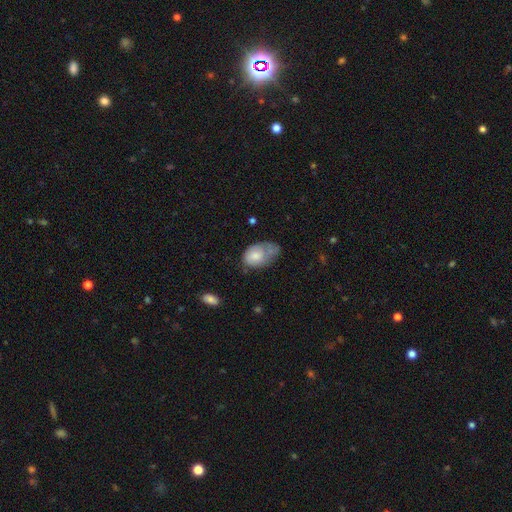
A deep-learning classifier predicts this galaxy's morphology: smooth_or_featured: smooth (p=0.72) [alt: featured or disk p=0.21]
how_rounded: in between (p=0.86) [alt: round p=0.12]
merging: minor disturbance (p=0.35) [alt: none p=0.27]